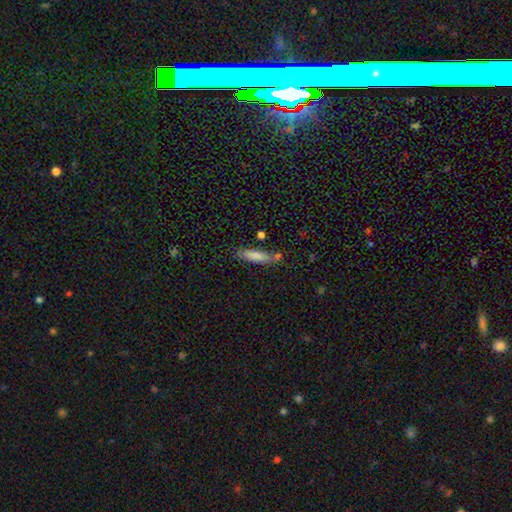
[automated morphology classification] type=smooth (80%); roundness=cigar-shaped (71%); merging=none (68%).